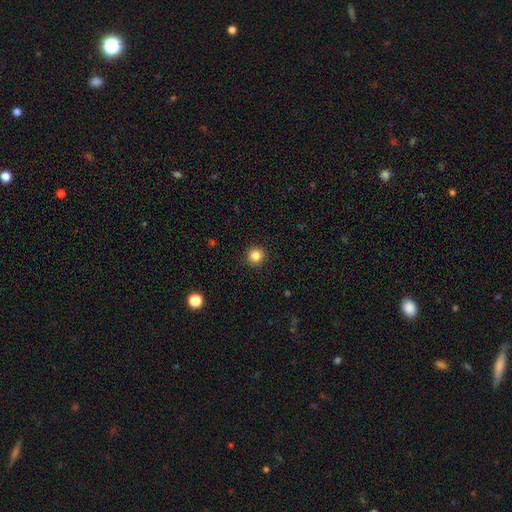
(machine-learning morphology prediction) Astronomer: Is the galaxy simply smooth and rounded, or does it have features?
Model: smooth — 84%.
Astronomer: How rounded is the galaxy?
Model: round — 94%.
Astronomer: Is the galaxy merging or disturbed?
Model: none — 92%.